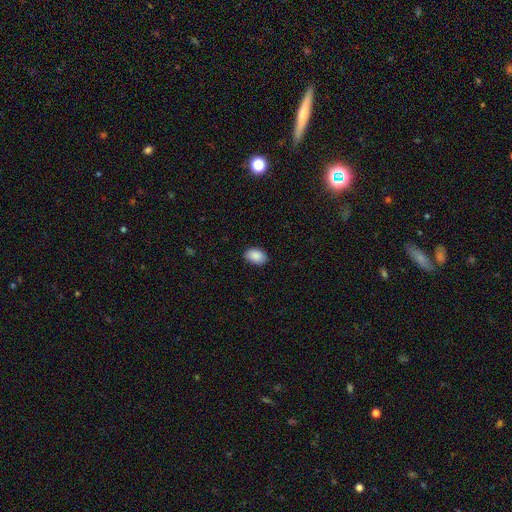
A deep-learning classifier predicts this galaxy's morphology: A smooth galaxy with no disk features (89%) that is in between round and cigar-shaped (88%).

Vote fractions:
- Smooth or featured? smooth: 89% / star or artifact: 7% / featured or disk: 4%
- How rounded? in between: 88% / round: 11% / cigar-shaped: 1%
- Merging? none: 87% / minor disturbance: 10% / major disturbance: 2% / merger: 1%